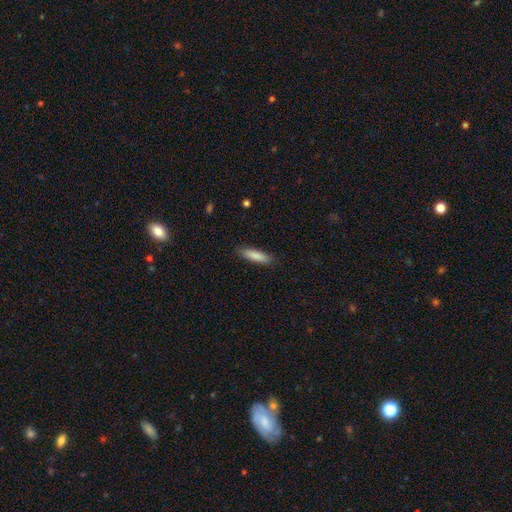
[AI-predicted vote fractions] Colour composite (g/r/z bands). It shows a smooth galaxy with no disk features (86%) that is cigar-shaped (72%). Merging: none (88%).